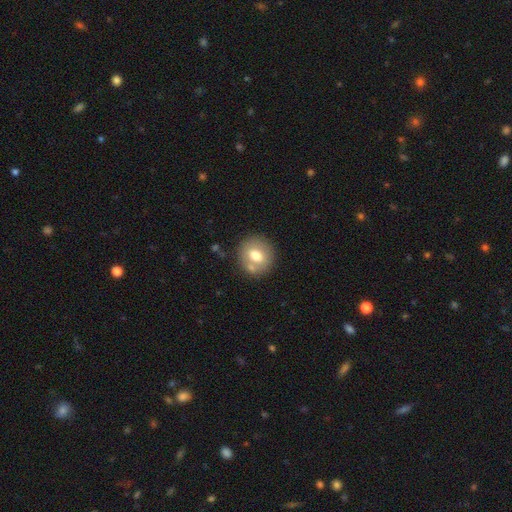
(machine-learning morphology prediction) Smooth or featured? Predicted: smooth (p=0.70). How rounded? Predicted: round (p=0.83). Merging? Predicted: none (p=0.73).